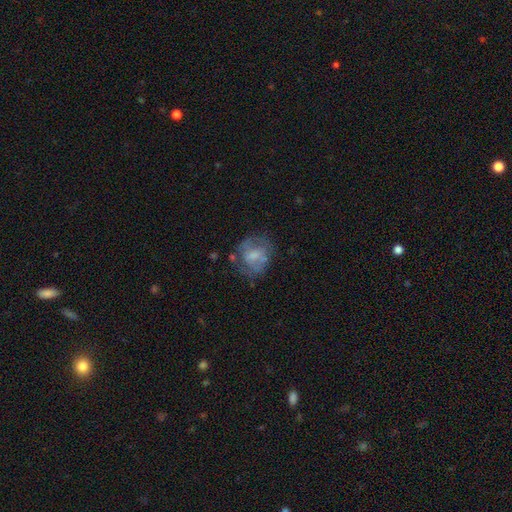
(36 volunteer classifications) Q: Smooth or featured?
A: smooth (58%); runner-up: featured or disk (42%)
Q: How rounded?
A: round (67%); runner-up: in between (33%)
Q: Merging?
A: none (44%); runner-up: minor disturbance (25%)